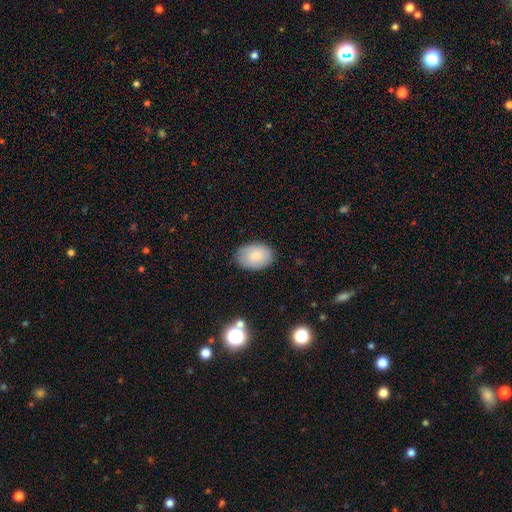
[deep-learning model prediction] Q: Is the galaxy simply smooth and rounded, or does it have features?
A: smooth — 79%.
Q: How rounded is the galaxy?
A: in between — 81%.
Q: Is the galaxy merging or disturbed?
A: none — 81%.